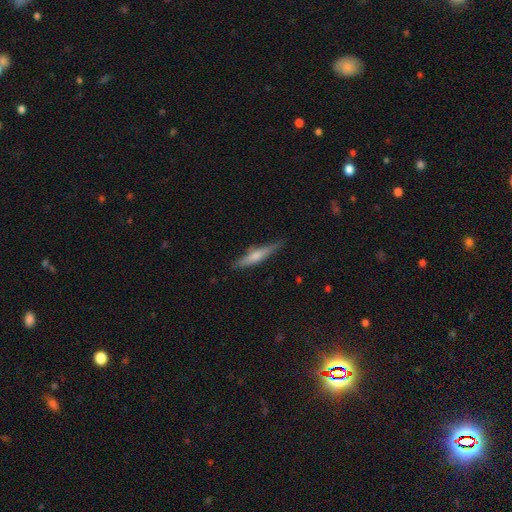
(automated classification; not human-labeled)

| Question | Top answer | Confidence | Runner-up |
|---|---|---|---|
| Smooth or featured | smooth | 47% | tied: featured or disk (47%) |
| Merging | none | 83% | minor disturbance (13%) |